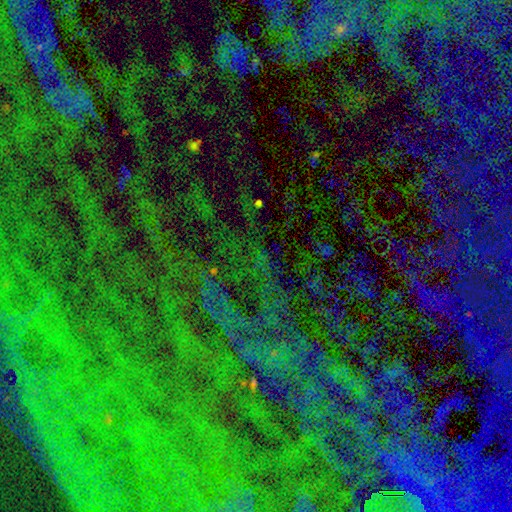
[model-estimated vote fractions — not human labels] The model was most divided on "smooth or featured": star or artifact: 76%, smooth: 12%, featured or disk: 12%.